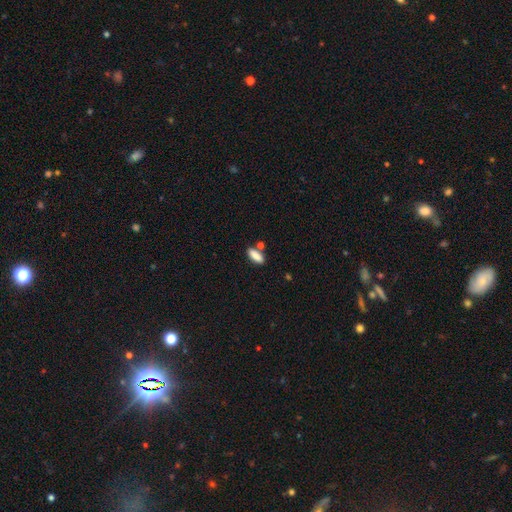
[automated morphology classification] Smooth or featured: smooth — 87% (star or artifact — 7%)
How rounded: in between — 70% (cigar-shaped — 27%)
Merging: none — 72% (merger — 14%)